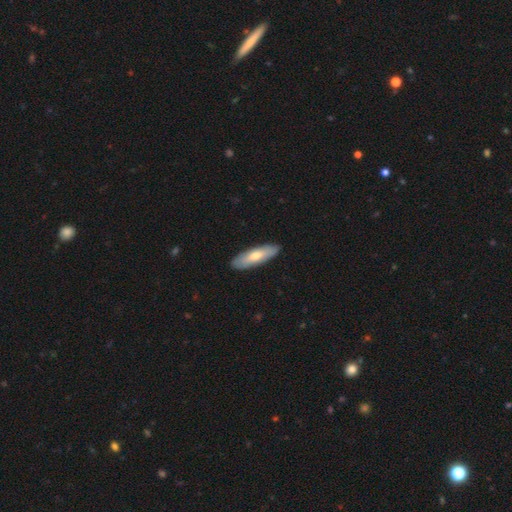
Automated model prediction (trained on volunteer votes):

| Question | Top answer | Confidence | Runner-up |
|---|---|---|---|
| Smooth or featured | smooth | 67% | featured or disk (28%) |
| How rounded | cigar-shaped | 52% | in between (46%) |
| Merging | none | 89% | minor disturbance (8%) |